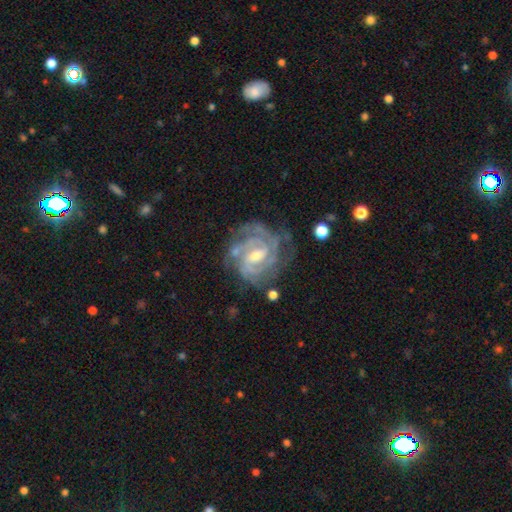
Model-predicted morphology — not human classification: This is clearly a featured or disk galaxy (91%). It is clearly not viewed edge-on (98%). Bar: possibly weak (53%). Spiral arm pattern: clearly yes (98%). Spiral arm count: marginally 3 (30%). Spiral winding: likely tight (70%). Central bulge: possibly small (49%). Merging: likely none (69%).